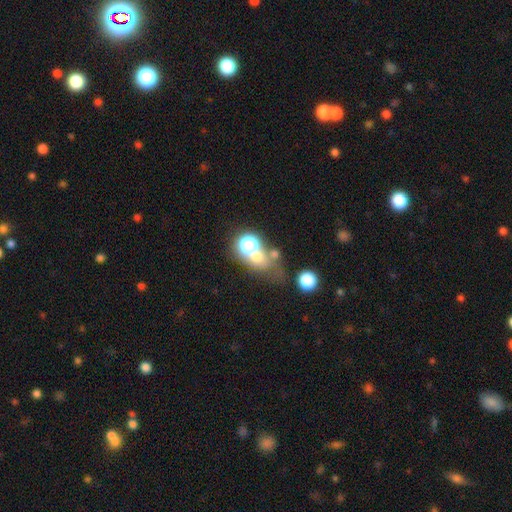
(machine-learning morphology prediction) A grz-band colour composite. It shows a smooth galaxy with no disk features (56%) that is round (57%). Merging: merger (42%).